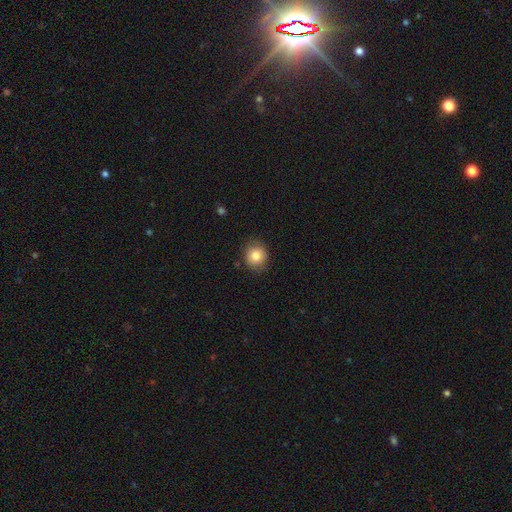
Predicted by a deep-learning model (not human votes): smooth-or-featured: smooth: 83% | star or artifact: 10% | featured or disk: 8%
  how-rounded: round: 83% | in between: 16% | cigar-shaped: 1%
  merging: none: 86% | minor disturbance: 11% | major disturbance: 2% | merger: 1%